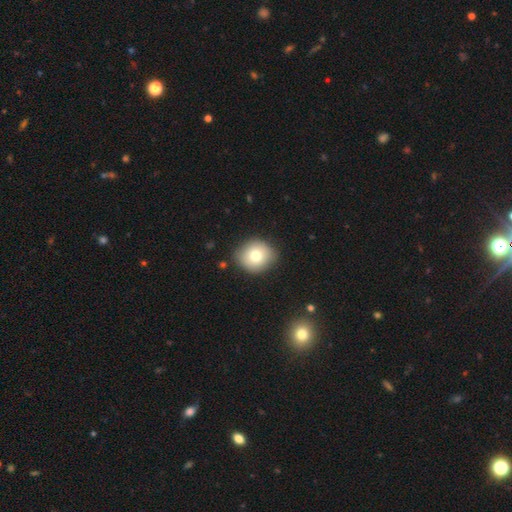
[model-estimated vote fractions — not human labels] smooth_or_featured: smooth (p=0.75) [alt: featured or disk p=0.15]
how_rounded: round (p=0.75) [alt: in between p=0.24]
merging: none (p=0.83) [alt: minor disturbance p=0.13]